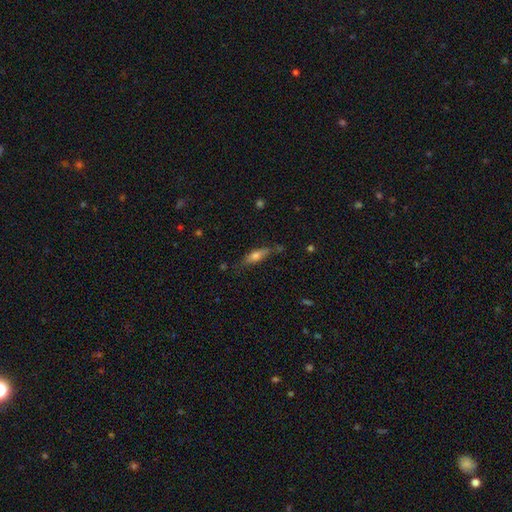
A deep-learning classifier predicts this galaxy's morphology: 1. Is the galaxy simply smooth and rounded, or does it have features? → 64% smooth, 28% featured or disk, 8% star or artifact.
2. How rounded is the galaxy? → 49% cigar-shaped, 48% in between, 3% round.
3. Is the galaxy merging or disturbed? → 66% none, 24% minor disturbance, 6% major disturbance, 5% merger.